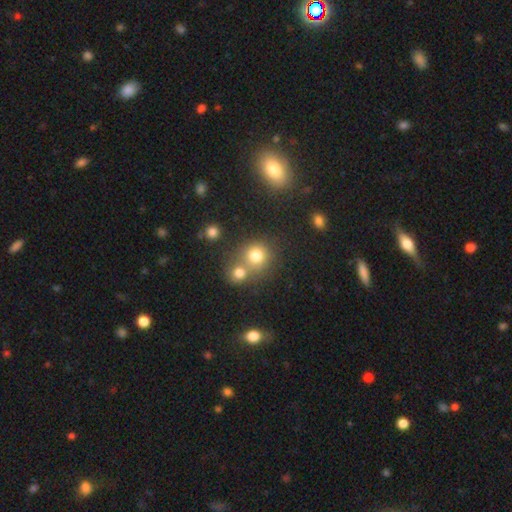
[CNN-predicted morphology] A smooth galaxy with no disk features (76%) that is round (87%).

Vote fractions:
- Smooth or featured? smooth: 76% / star or artifact: 15% / featured or disk: 9%
- How rounded? round: 87% / in between: 12% / cigar-shaped: 1%
- Merging? none: 50% / merger: 39% / minor disturbance: 7% / major disturbance: 3%